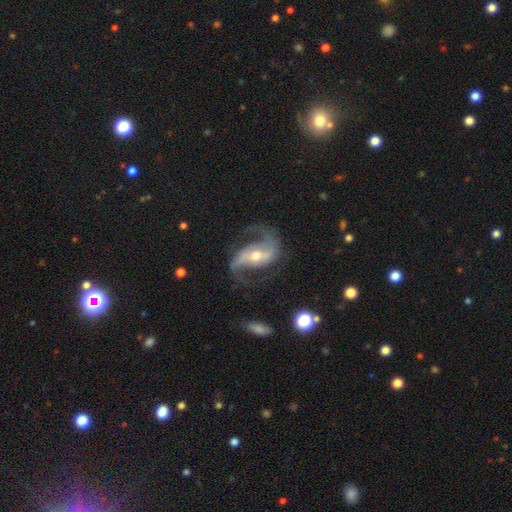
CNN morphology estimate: type=featured or disk (91%); edge-on=no (97%); bar=strong (42%); spiral arms=yes (97%); winding=loose (52%); arm count=2 (92%); bulge=moderate (55%); merging=none (71%).